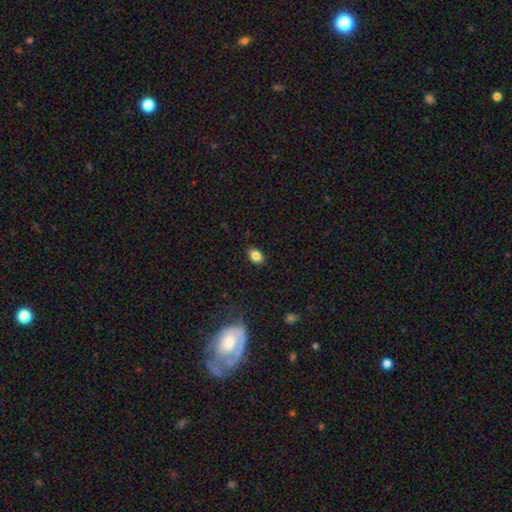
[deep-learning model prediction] This is clearly a smooth galaxy (84%). How rounded: likely in between (77%). Merging: clearly none (87%).